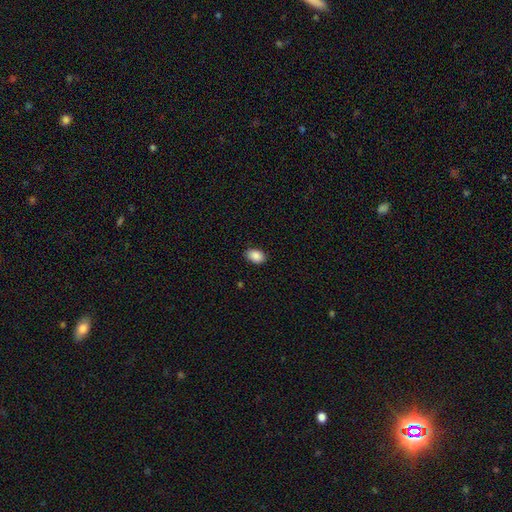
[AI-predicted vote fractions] This appears to be a smooth galaxy with no disk features (89%) that is in between round and cigar-shaped (85%). Merging: none (86%).